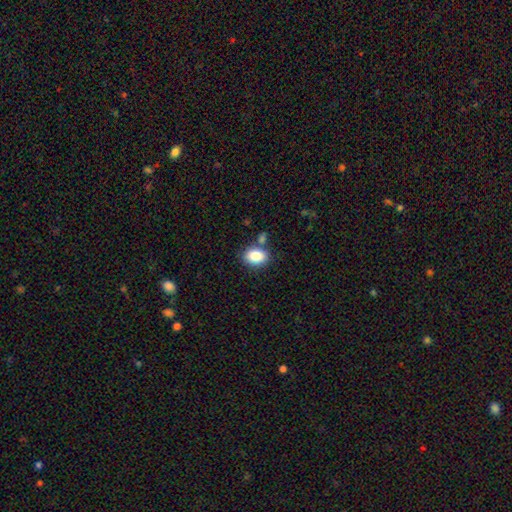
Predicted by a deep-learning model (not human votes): Overall: smooth (85%). How rounded: in between (74%). Merging: none (72%).